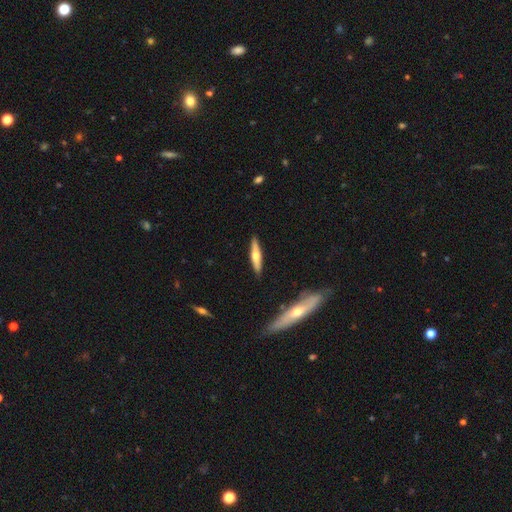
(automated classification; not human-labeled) Smooth or featured? featured or disk (50%)
Merging? none (89%)